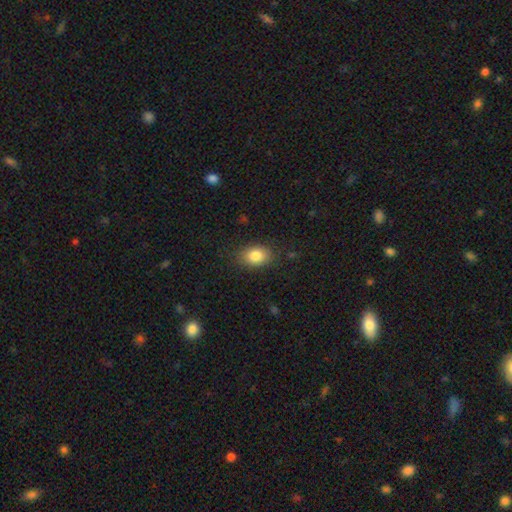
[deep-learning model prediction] Overall: smooth (83%). How rounded: in between (75%). Merging: none (84%).